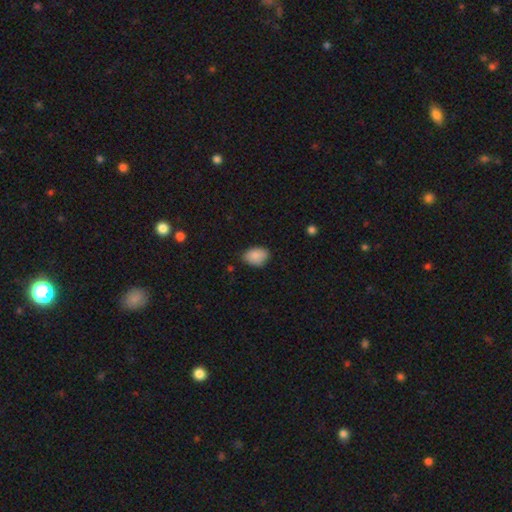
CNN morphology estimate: Smooth or featured?
  - smooth: 87% *
  - star or artifact: 7%
  - featured or disk: 5%
How rounded?
  - in between: 81% *
  - round: 18%
  - cigar-shaped: 1%
Merging?
  - none: 76% *
  - minor disturbance: 20%
  - major disturbance: 3%
  - merger: 1%